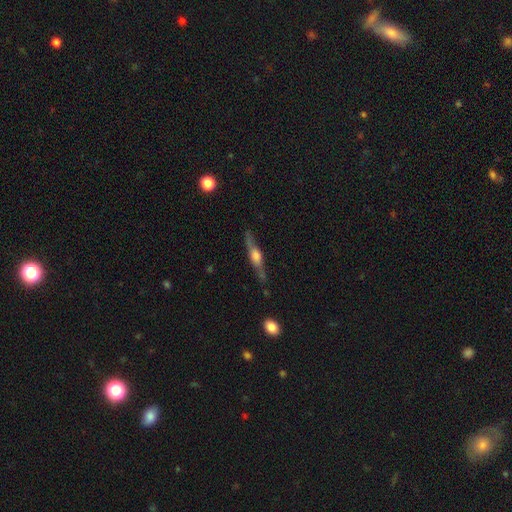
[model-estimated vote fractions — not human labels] Morphology: type=featured or disk (72%); edge-on=yes (94%); edge-on bulge=rounded (83%); merging=none (78%).